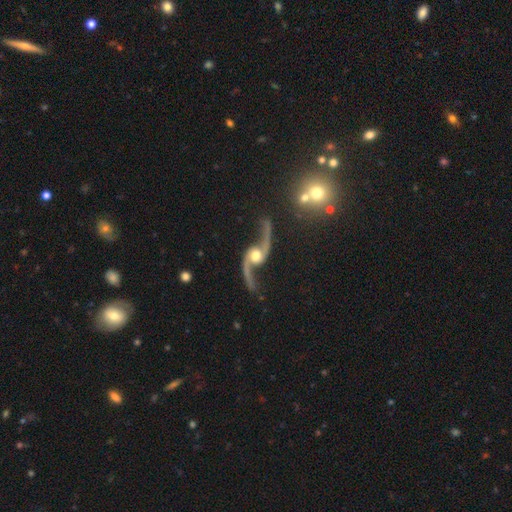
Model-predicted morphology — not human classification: Smooth or featured? Predicted: featured or disk (p=0.92). Edge-on disk? Predicted: no (p=0.95). Bar? Predicted: no (p=0.69). Spiral arms? Predicted: yes (p=0.98). Spiral winding? Predicted: loose (p=0.90). Spiral arm count? Predicted: 2 (p=0.95). Bulge size? Predicted: moderate (p=0.63). Merging? Predicted: none (p=0.76).